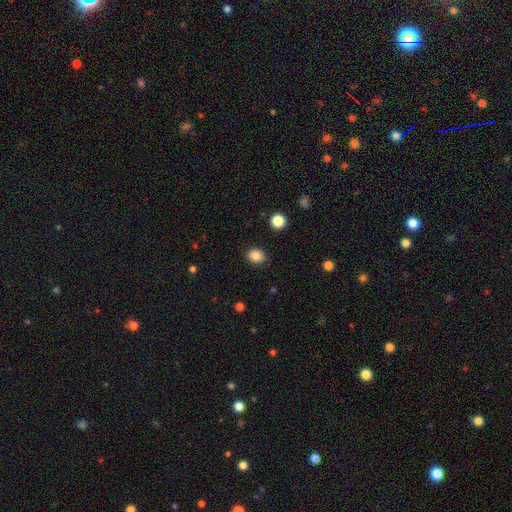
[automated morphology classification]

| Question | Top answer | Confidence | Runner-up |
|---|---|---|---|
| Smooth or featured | smooth | 85% | star or artifact (10%) |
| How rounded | round | 61% | in between (38%) |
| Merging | none | 90% | minor disturbance (7%) |